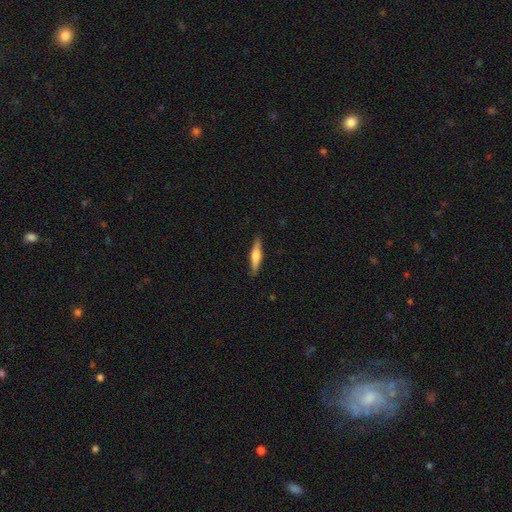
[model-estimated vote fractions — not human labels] This appears to be a smooth galaxy with no disk features (55%) that is cigar-shaped (84%). Merging: none (88%).